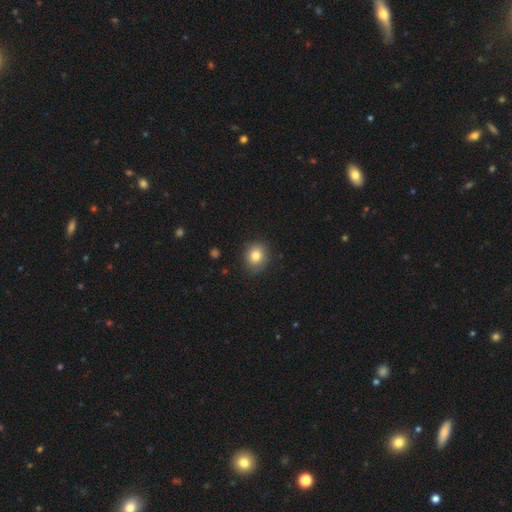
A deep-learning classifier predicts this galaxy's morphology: Smooth or featured?
  - smooth: 81% *
  - star or artifact: 10%
  - featured or disk: 9%
How rounded?
  - round: 72% *
  - in between: 27%
  - cigar-shaped: 1%
Merging?
  - none: 86% *
  - minor disturbance: 11%
  - major disturbance: 2%
  - merger: 1%